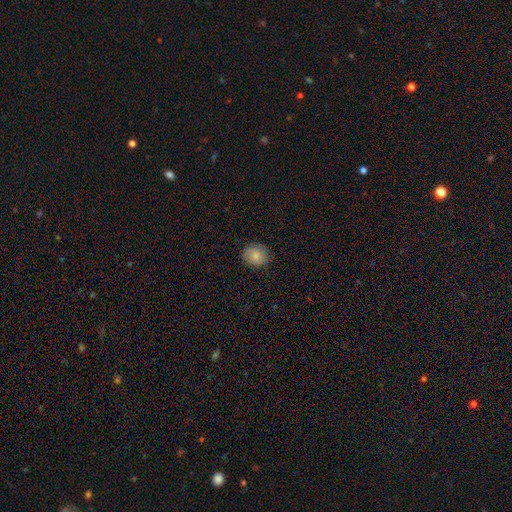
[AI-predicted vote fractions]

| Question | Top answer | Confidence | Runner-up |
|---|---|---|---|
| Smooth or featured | smooth | 80% | featured or disk (12%) |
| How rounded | round | 65% | in between (34%) |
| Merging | none | 83% | minor disturbance (13%) |